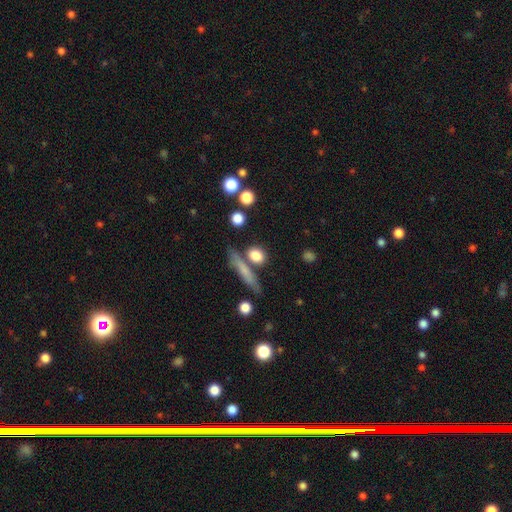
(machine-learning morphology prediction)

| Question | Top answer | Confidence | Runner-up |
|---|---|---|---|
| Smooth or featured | smooth | 80% | featured or disk (11%) |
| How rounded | round | 47% | in between (33%) |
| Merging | none | 71% | merger (13%) |